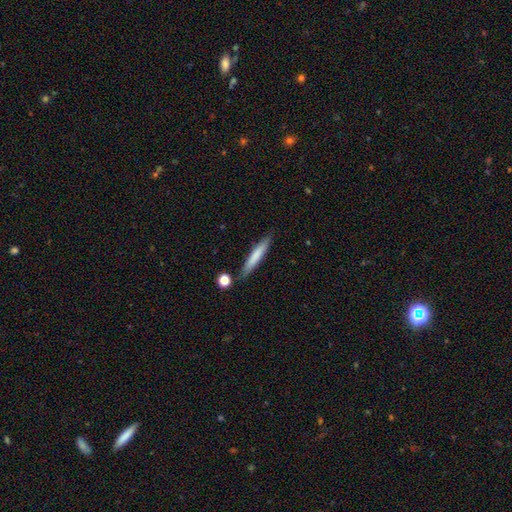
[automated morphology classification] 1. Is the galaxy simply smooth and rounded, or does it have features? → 71% smooth, 23% featured or disk, 6% star or artifact.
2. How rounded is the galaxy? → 93% cigar-shaped, 6% in between, 1% round.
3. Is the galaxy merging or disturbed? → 83% none, 11% minor disturbance, 4% merger, 2% major disturbance.